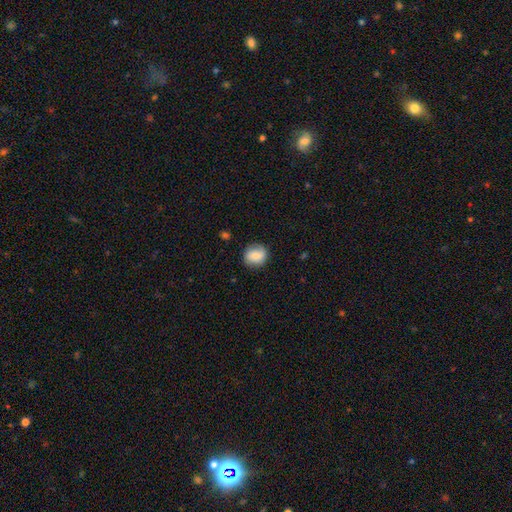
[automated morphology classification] Q: Smooth or featured?
A: smooth (78%); runner-up: featured or disk (14%)
Q: How rounded?
A: round (80%); runner-up: in between (19%)
Q: Merging?
A: none (80%); runner-up: minor disturbance (15%)